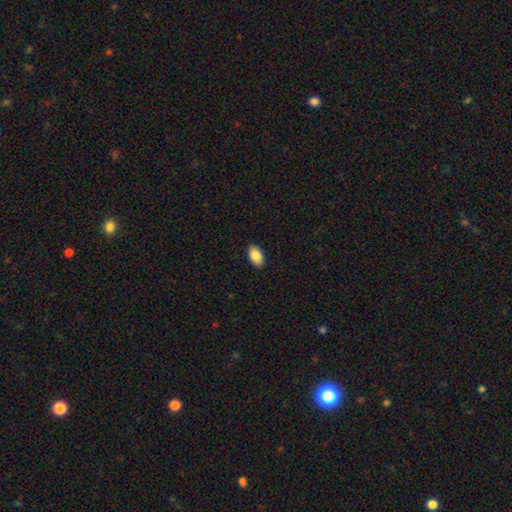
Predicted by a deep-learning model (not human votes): This is clearly a smooth galaxy (87%). How rounded: clearly in between (93%). Merging: clearly none (89%).